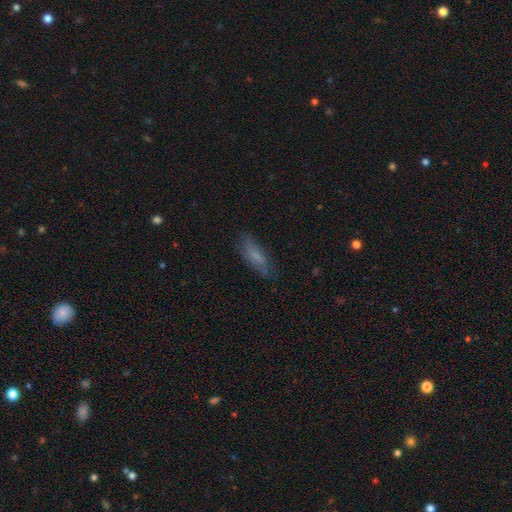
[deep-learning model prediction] A smooth galaxy with no disk features (70%) that is cigar-shaped (51%). Merging: none (75%).